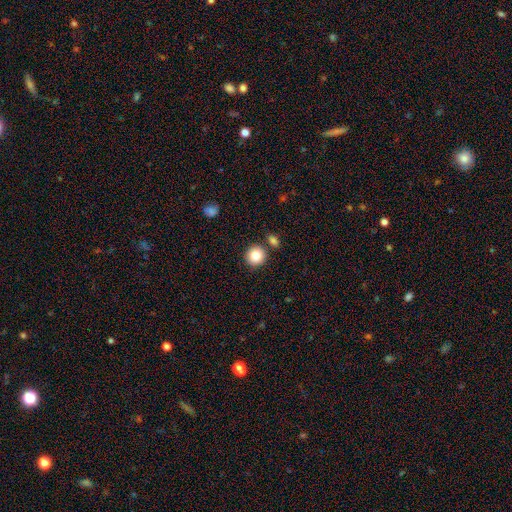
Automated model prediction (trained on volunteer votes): smooth-or-featured: smooth: 84% | star or artifact: 9% | featured or disk: 7%
  how-rounded: round: 92% | in between: 7% | cigar-shaped: 1%
  merging: none: 82% | merger: 8% | minor disturbance: 7% | major disturbance: 2%